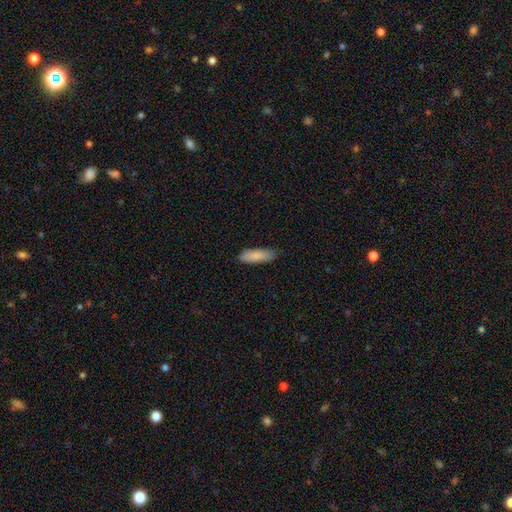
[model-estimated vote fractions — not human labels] Overall: smooth (86%). How rounded: in between (56%; cigar-shaped 42%). Merging: none (79%).